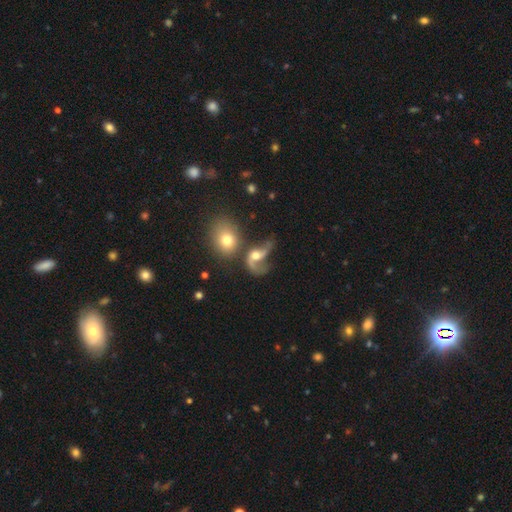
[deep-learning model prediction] Smooth or featured?
  - featured or disk: 73% *
  - smooth: 19%
  - star or artifact: 8%
Edge-on disk?
  - no: 97% *
  - yes: 3%
Bar?
  - no: 57% *
  - weak: 33%
  - strong: 10%
Spiral arms?
  - yes: 87% *
  - no: 13%
Spiral winding?
  - loose: 75% *
  - medium: 21%
  - tight: 5%
Spiral arm count?
  - 2: 73% *
  - 1: 21%
  - can't tell: 3%
  - 3: 1%
  - 4: 1%
  - more than 4: 1%
Bulge size?
  - moderate: 63% *
  - small: 18%
  - large: 13%
  - none: 3%
  - dominant: 2%
Merging?
  - merger: 32% *
  - major disturbance: 27%
  - none: 27%
  - minor disturbance: 13%